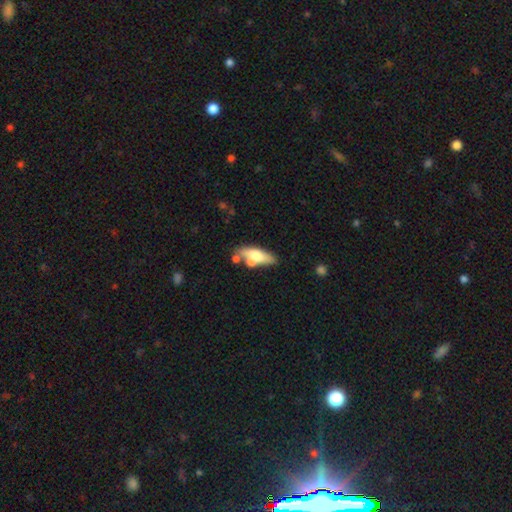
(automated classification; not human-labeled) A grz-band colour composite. It shows a smooth galaxy with no disk features (62%) that is in between round and cigar-shaped (58%). Merging: none (53%).